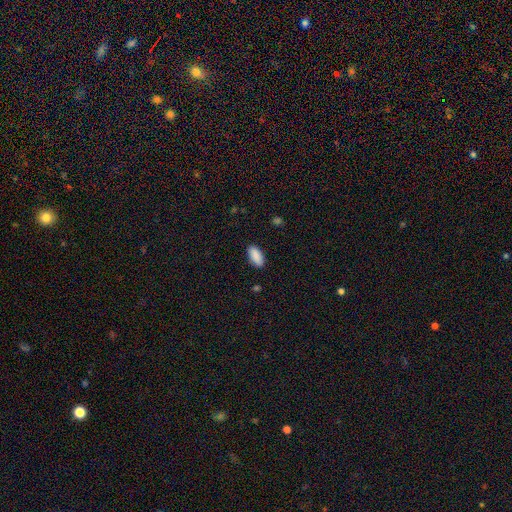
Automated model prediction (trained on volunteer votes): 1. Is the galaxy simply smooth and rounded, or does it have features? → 90% smooth, 6% star or artifact, 3% featured or disk.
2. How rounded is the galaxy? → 91% in between, 7% cigar-shaped, 2% round.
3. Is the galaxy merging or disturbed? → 88% none, 9% minor disturbance, 2% major disturbance, 1% merger.